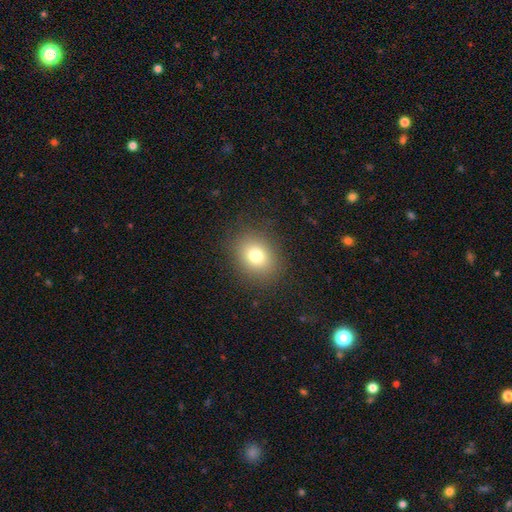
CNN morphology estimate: smooth 77%, star or artifact 13%, featured or disk 10%. Down the decision tree: how rounded — round (61%); merging — none (87%).